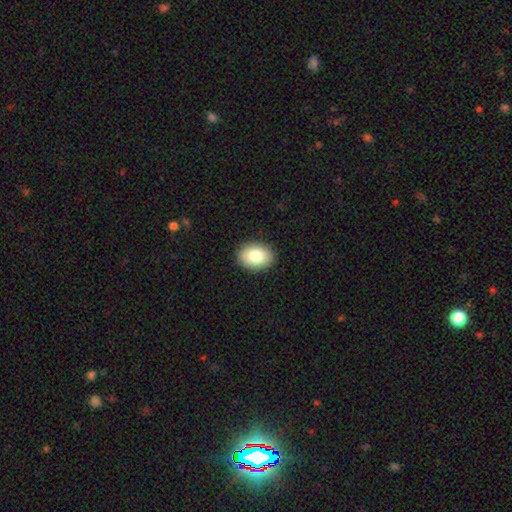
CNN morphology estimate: Smooth or featured? smooth (82%)
How rounded? in between (75%)
Merging? none (90%)